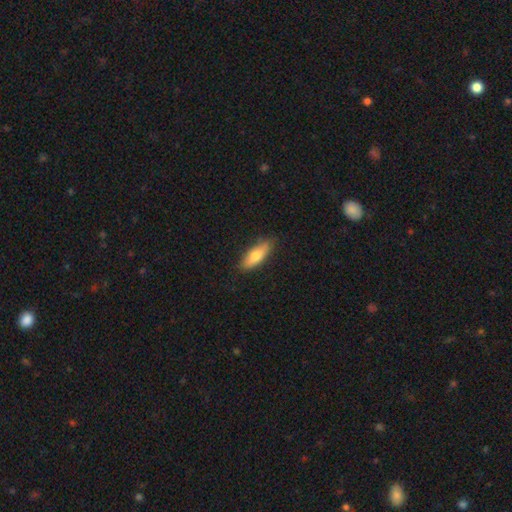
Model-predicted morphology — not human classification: smooth 73%, featured or disk 21%, star or artifact 6%. Down the decision tree: how rounded — in between (61%); merging — none (85%).